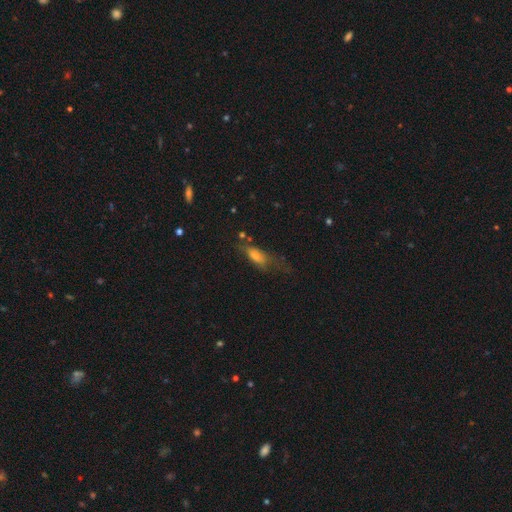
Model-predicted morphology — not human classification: Overall: smooth (65%). How rounded: in between (66%; cigar-shaped 30%). Merging: none (35%; major disturbance 33%).